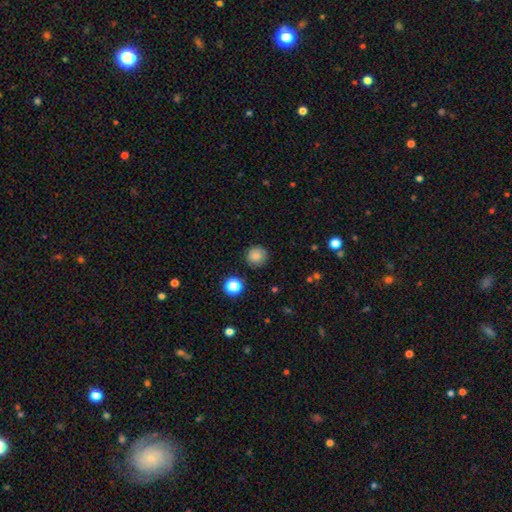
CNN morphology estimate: smooth 81%, star or artifact 12%, featured or disk 7%. Down the decision tree: how rounded — round (92%); merging — none (86%).